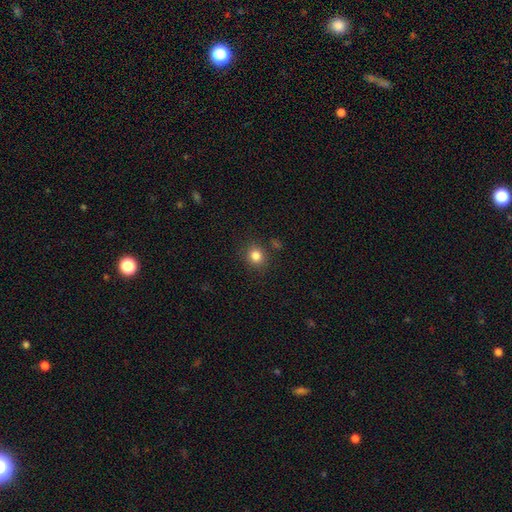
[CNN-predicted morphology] This appears to be a smooth galaxy with no disk features (84%) that is round (75%). Merging: none (85%).